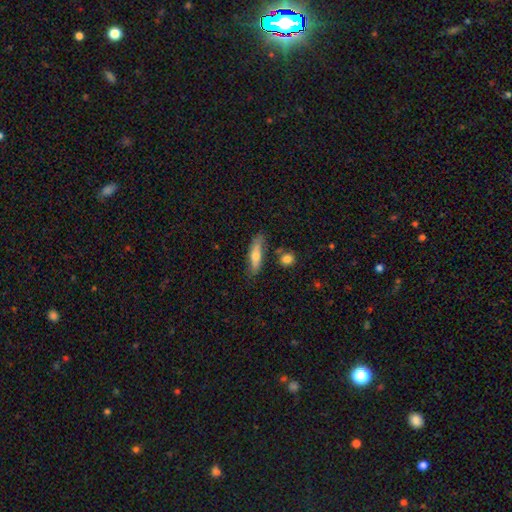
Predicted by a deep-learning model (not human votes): This appears to be a smooth galaxy with no disk features (59%) that is cigar-shaped (67%). Merging: none (75%).